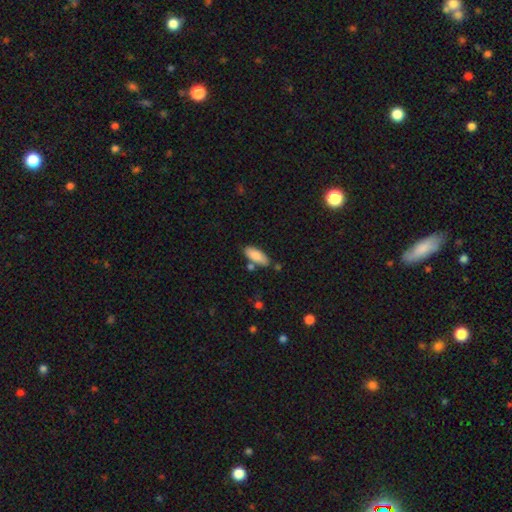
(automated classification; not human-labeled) Smooth or featured? smooth (85%)
How rounded? in between (77%)
Merging? none (75%)